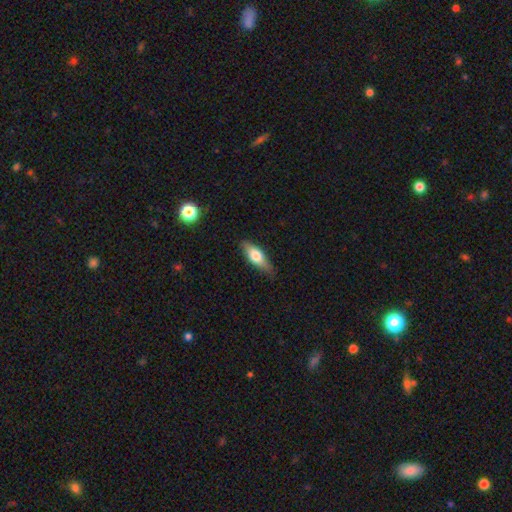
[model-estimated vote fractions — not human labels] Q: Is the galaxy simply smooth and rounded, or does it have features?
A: smooth — 63%.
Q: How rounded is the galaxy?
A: in between — 63%.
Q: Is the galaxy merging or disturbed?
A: none — 78%.